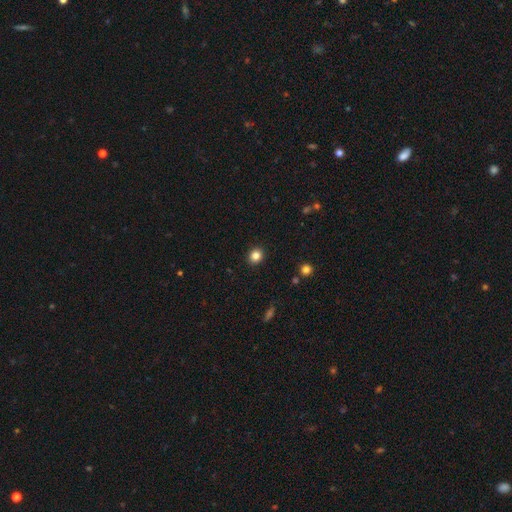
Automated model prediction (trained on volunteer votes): Smooth or featured?
  - smooth: 84% *
  - star or artifact: 11%
  - featured or disk: 5%
How rounded?
  - round: 76% *
  - in between: 23%
  - cigar-shaped: 1%
Merging?
  - none: 91% *
  - minor disturbance: 6%
  - major disturbance: 2%
  - merger: 1%